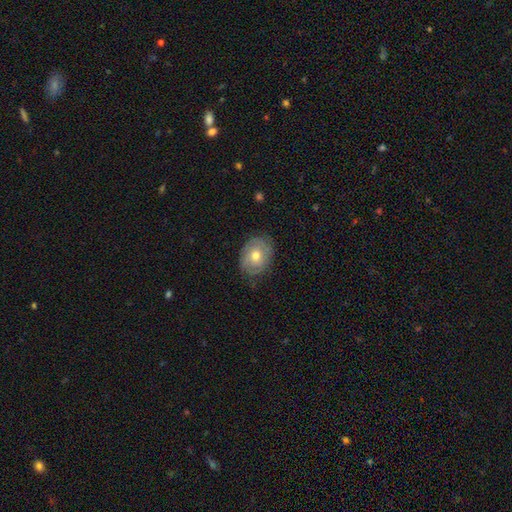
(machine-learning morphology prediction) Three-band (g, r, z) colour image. It shows a featured or disk galaxy (49%). Merging: none (73%).